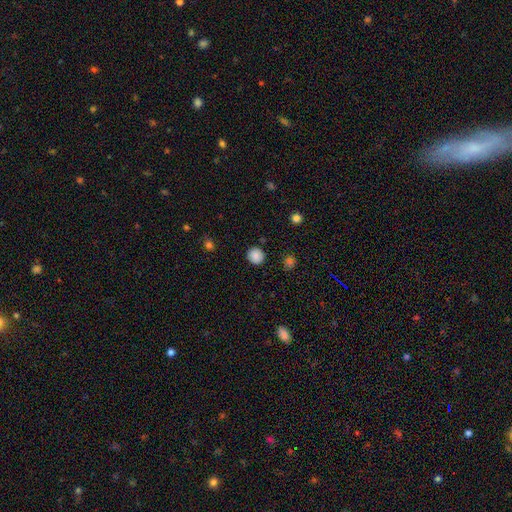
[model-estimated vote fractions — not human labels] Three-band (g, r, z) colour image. It shows a smooth galaxy with no disk features (86%) that is round (91%). Merging: none (89%).